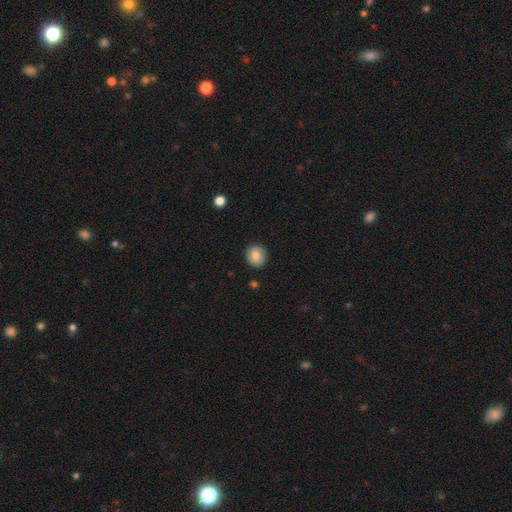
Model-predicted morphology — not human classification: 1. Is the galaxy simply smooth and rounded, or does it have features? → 80% smooth, 12% featured or disk, 8% star or artifact.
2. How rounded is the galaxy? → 86% round, 13% in between, 1% cigar-shaped.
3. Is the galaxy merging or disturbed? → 88% none, 9% minor disturbance, 2% major disturbance, 1% merger.